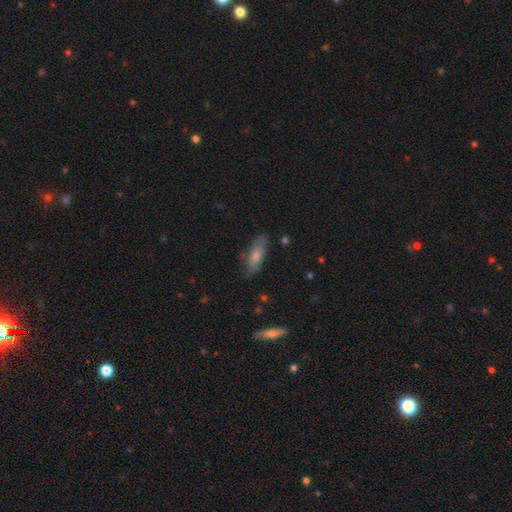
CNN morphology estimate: smooth 70%, featured or disk 23%, star or artifact 7%. Down the decision tree: how rounded — in between (66%); merging — none (69%).